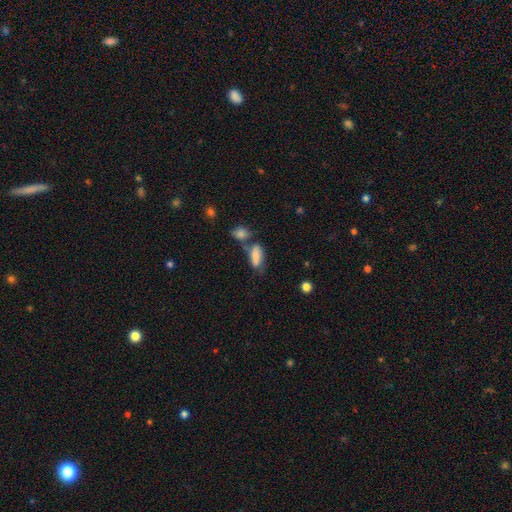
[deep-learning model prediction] A smooth galaxy with no disk features (72%) that is in between round and cigar-shaped (79%).

Vote fractions:
- Smooth or featured? smooth: 72% / featured or disk: 20% / star or artifact: 8%
- How rounded? in between: 79% / cigar-shaped: 17% / round: 3%
- Merging? none: 43% / merger: 26% / minor disturbance: 21% / major disturbance: 10%